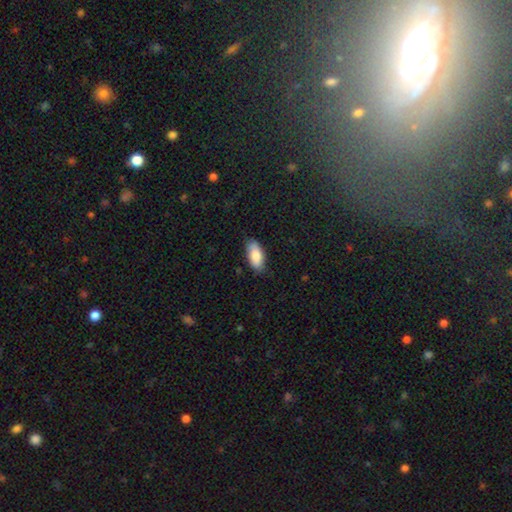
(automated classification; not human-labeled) This is clearly a smooth galaxy (85%). How rounded: clearly in between (88%). Merging: clearly none (81%).